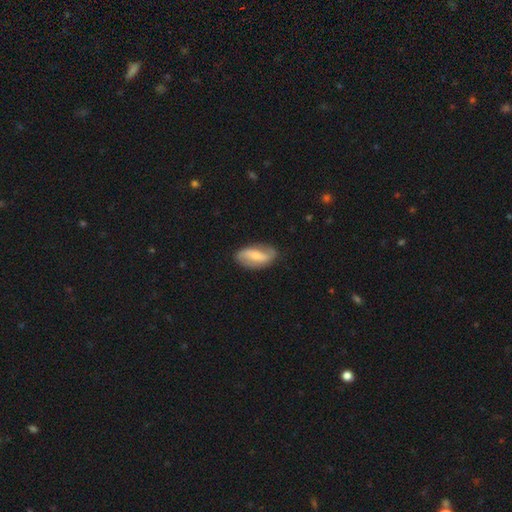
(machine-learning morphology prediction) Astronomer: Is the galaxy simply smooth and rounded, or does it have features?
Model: featured or disk — 65%.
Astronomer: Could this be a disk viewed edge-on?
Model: no — 94%.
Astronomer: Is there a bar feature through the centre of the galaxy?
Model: weak — 38% (runner-up: strong, 37%).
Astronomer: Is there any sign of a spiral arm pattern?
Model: yes — 87%.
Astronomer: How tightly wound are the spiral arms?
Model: loose — 49% (runner-up: medium, 33%).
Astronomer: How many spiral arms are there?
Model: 2 — 88%.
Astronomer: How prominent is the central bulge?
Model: small — 52% (runner-up: moderate, 40%).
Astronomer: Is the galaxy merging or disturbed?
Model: none — 79%.